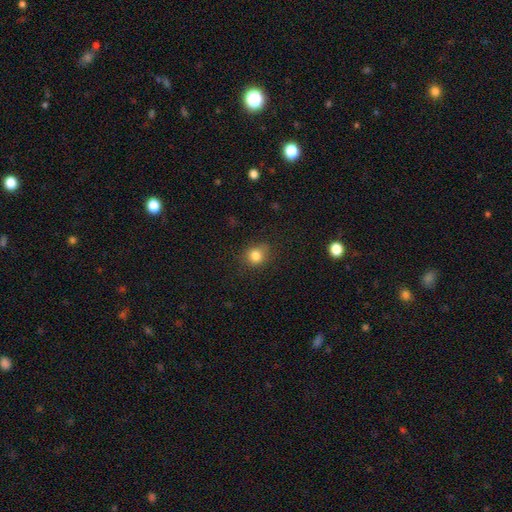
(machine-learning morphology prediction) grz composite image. It shows a smooth galaxy with no disk features (82%) that is round (76%). Merging: none (80%).